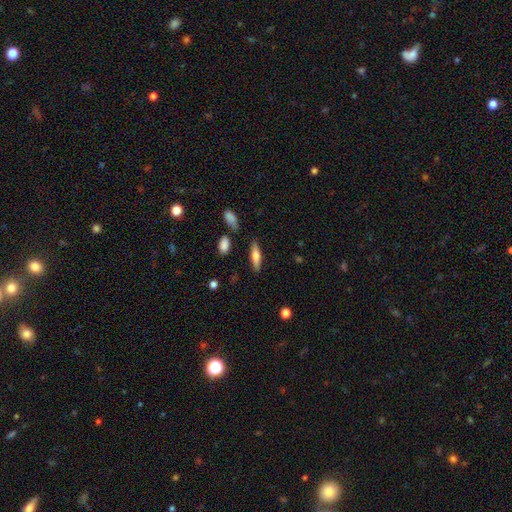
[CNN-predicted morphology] smooth_or_featured: smooth (p=0.59) [alt: featured or disk p=0.34]
how_rounded: cigar-shaped (p=0.62) [alt: in between p=0.36]
merging: none (p=0.83) [alt: minor disturbance p=0.10]